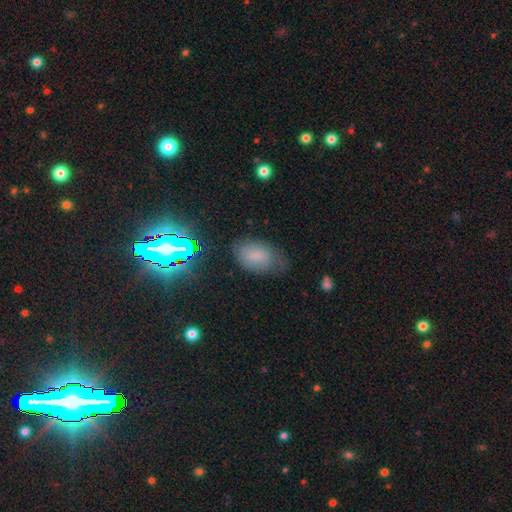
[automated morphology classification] Smooth or featured? Predicted: smooth (p=0.65). How rounded? Predicted: in between (p=0.88). Merging? Predicted: none (p=0.61).